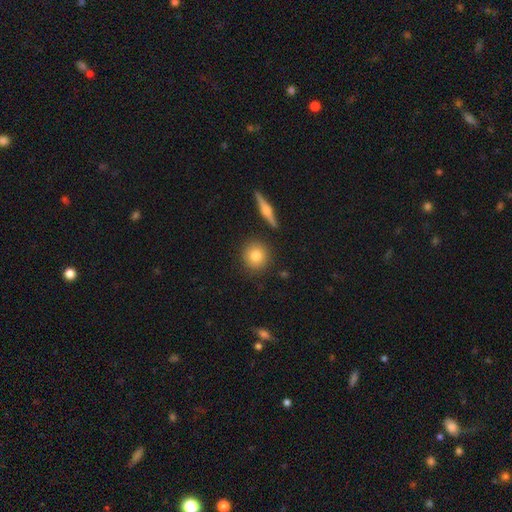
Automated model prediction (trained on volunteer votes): This is likely a smooth galaxy (79%). How rounded: clearly round (90%). Merging: clearly none (87%).